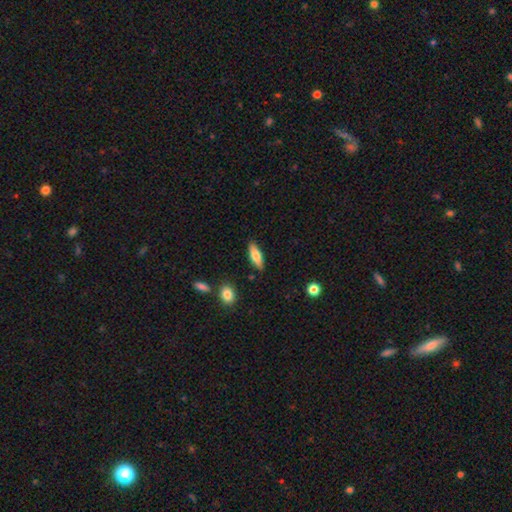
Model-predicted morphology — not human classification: smooth 70%, featured or disk 23%, star or artifact 6%. Down the decision tree: how rounded — in between (54%); merging — none (86%).